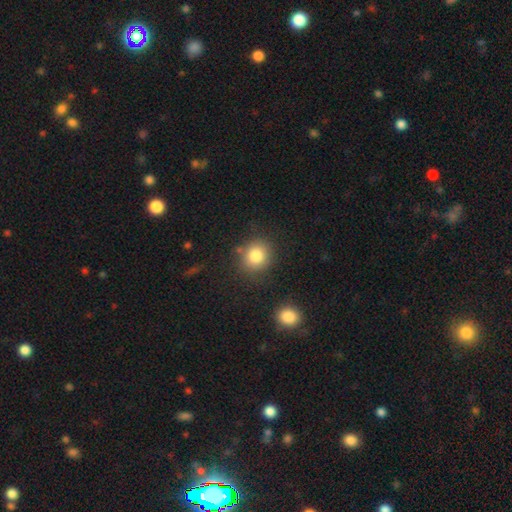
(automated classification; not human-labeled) This is clearly a smooth galaxy (83%). How rounded: clearly round (80%). Merging: clearly none (81%).